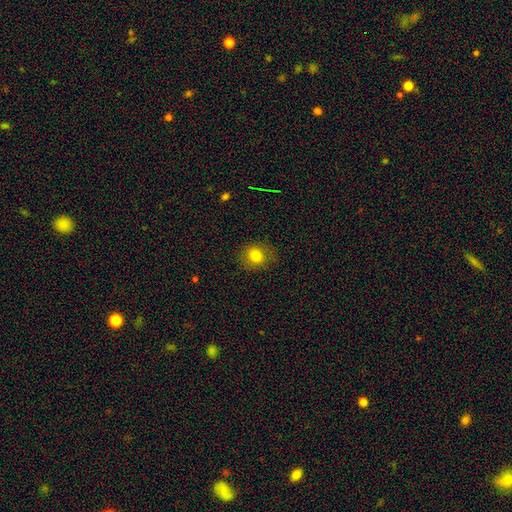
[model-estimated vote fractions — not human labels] The model was most divided on "how rounded": round: 73%, in between: 26%, cigar-shaped: 1%. More confident: merging — none (83%); smooth or featured — smooth (79%).